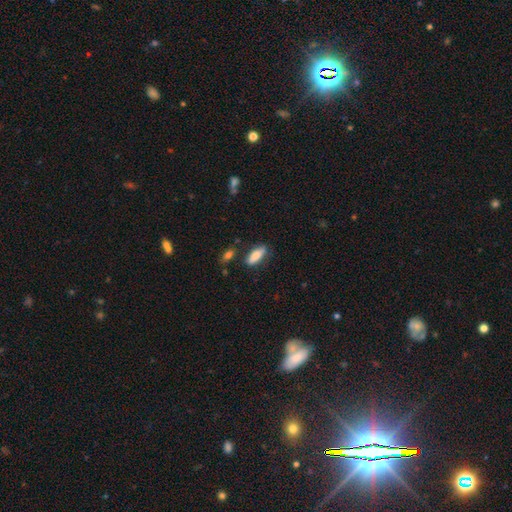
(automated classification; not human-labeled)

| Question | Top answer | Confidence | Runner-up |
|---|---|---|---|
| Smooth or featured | smooth | 83% | featured or disk (11%) |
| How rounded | in between | 65% | cigar-shaped (33%) |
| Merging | none | 74% | minor disturbance (18%) |